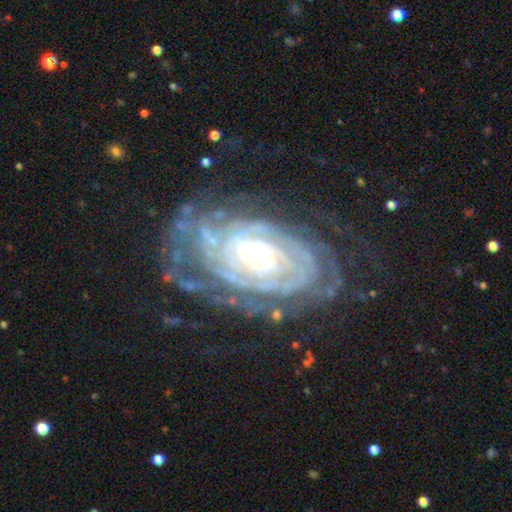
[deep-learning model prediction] The model was most divided on "bulge size" (2-way tie): moderate: 47%, small: 47%, large: 4%, none: 1%, dominant: 1%. Remaining: spiral arms — yes (97%); edge-on disk — no (95%); smooth or featured — featured or disk (90%); spiral winding — tight (83%); merging — none (70%); bar — no (64%); spiral arm count — can't tell (34%).